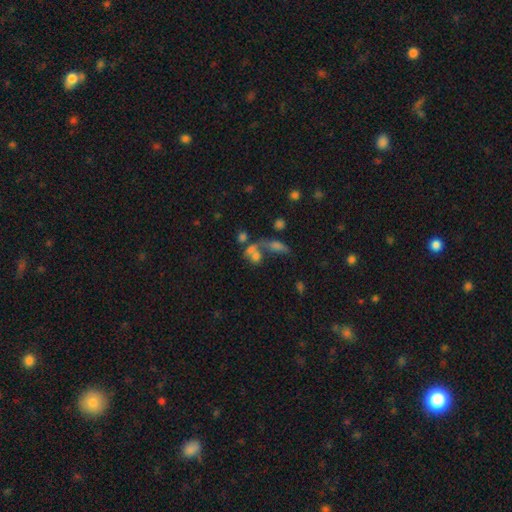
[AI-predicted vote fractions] smooth-or-featured: smooth: 60% | featured or disk: 21% | star or artifact: 19%
  how-rounded: in between: 54% | round: 39% | cigar-shaped: 6%
  merging: merger: 55% | none: 24% | major disturbance: 12% | minor disturbance: 9%